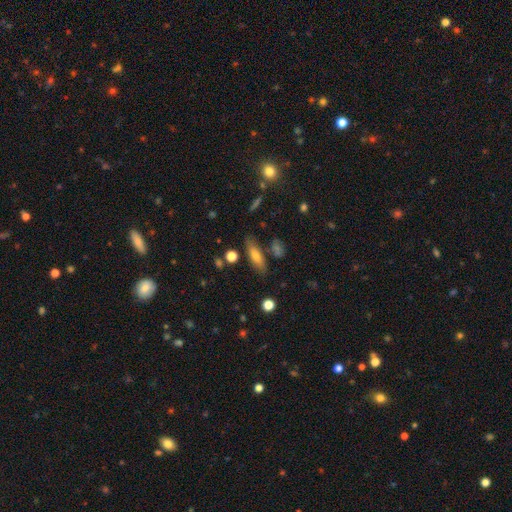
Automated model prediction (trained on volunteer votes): Smooth or featured? Predicted: smooth (p=0.64). How rounded? Predicted: in between (p=0.48, tied with cigar-shaped). Merging? Predicted: none (p=0.76).